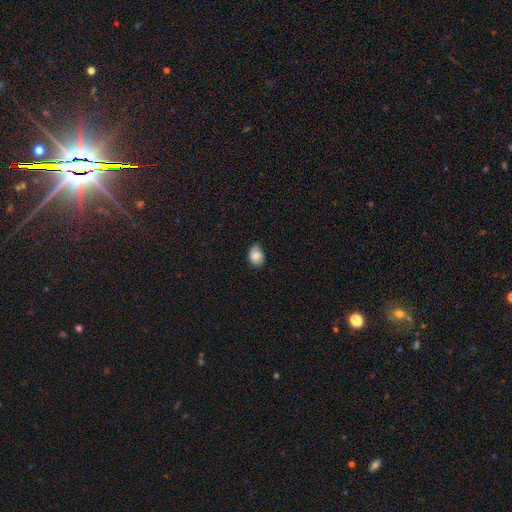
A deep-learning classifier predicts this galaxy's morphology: Smooth or featured? Predicted: smooth (p=0.80). How rounded? Predicted: in between (p=0.72). Merging? Predicted: none (p=0.68).